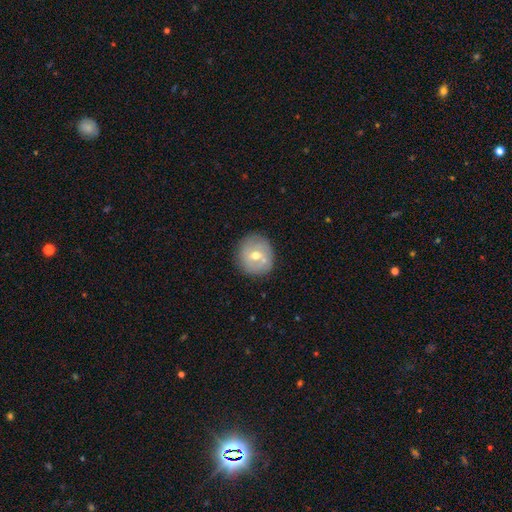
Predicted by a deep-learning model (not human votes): Smooth or featured? Predicted: smooth (p=0.55). How rounded? Predicted: round (p=0.87). Merging? Predicted: none (p=0.74).